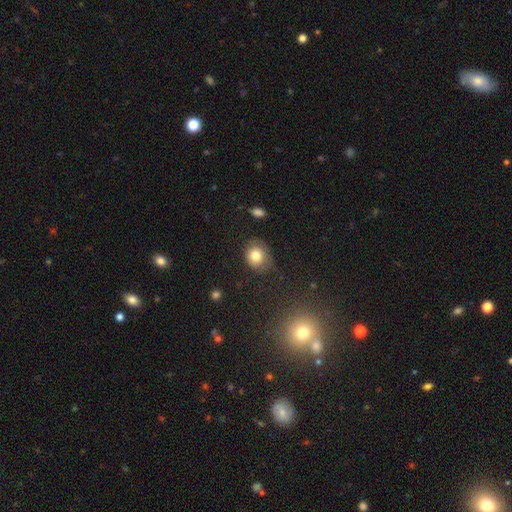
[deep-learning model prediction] Smooth or featured? smooth (80%)
How rounded? round (62%)
Merging? none (70%)